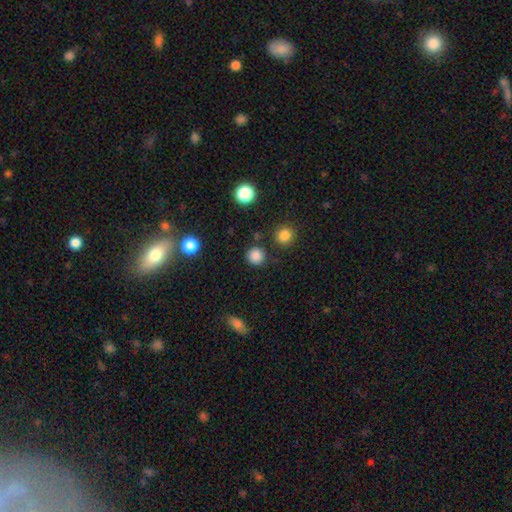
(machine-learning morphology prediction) The model was most divided on "smooth or featured": smooth: 84%, star or artifact: 13%, featured or disk: 4%. More confident: how rounded — round (93%); merging — none (87%).